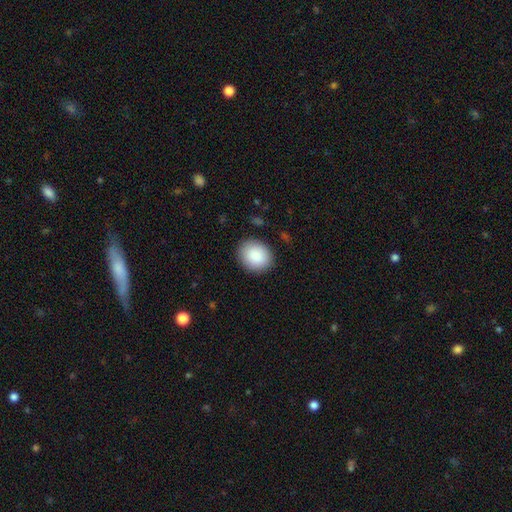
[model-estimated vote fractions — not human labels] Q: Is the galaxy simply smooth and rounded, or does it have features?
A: smooth — 89%.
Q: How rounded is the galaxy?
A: round — 60%.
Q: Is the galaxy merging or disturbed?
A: none — 87%.